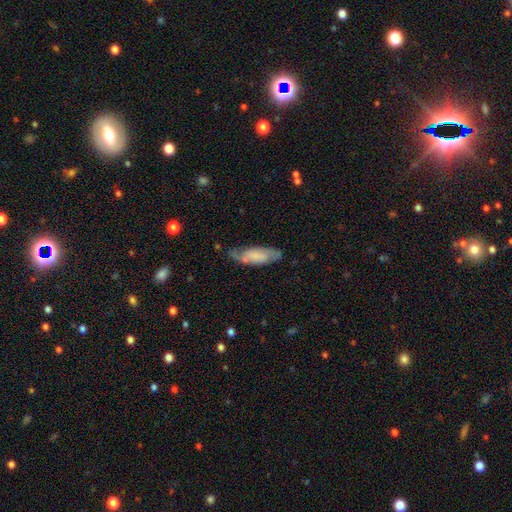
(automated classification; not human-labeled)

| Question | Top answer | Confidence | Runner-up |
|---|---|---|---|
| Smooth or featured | featured or disk | 48% | smooth (46%) |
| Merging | none | 64% | minor disturbance (25%) |